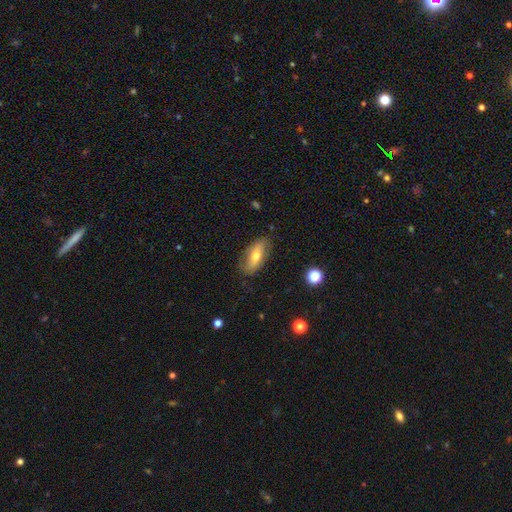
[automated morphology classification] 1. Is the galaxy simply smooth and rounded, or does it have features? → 58% smooth, 35% featured or disk, 7% star or artifact.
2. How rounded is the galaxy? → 79% in between, 17% cigar-shaped, 4% round.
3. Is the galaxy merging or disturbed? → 79% none, 16% minor disturbance, 4% major disturbance, 1% merger.